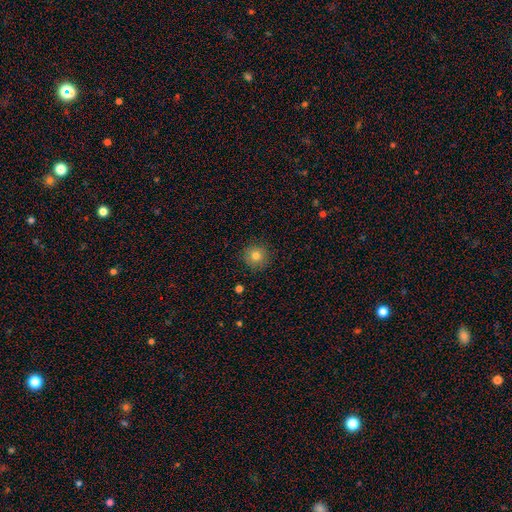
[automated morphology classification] type=smooth (79%); roundness=round (94%); merging=none (89%).